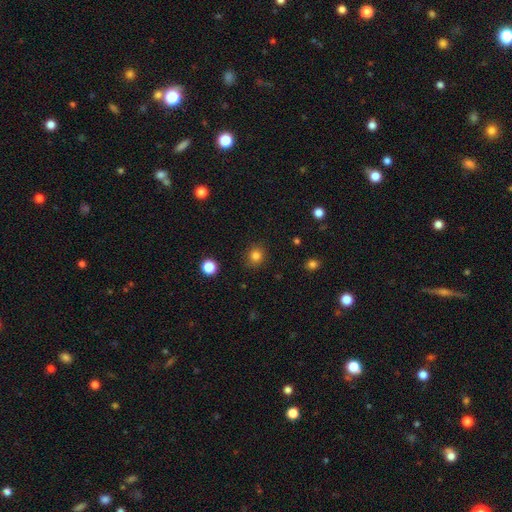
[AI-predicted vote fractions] smooth 82%, star or artifact 13%, featured or disk 5%. Down the decision tree: how rounded — round (83%); merging — none (86%).